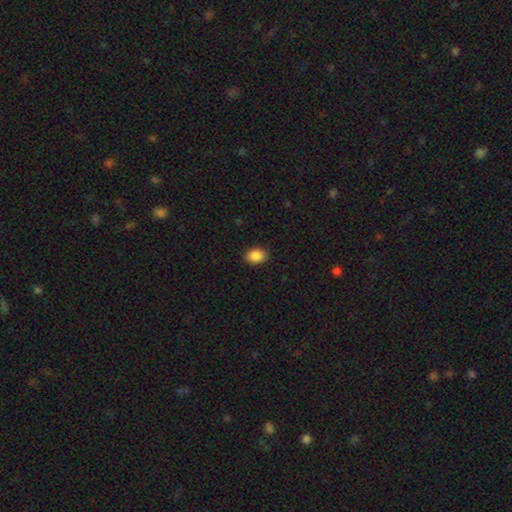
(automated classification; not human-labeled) smooth_or_featured: smooth (p=0.88) [alt: star or artifact p=0.08]
how_rounded: in between (p=0.70) [alt: round p=0.29]
merging: none (p=0.89) [alt: minor disturbance p=0.08]